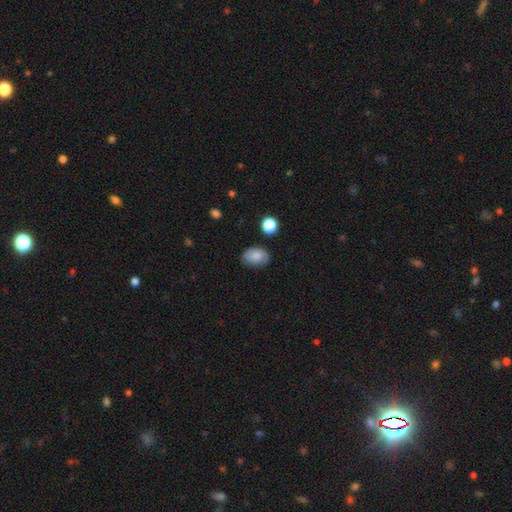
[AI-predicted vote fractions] Smooth or featured?
  - smooth: 79% *
  - featured or disk: 12%
  - star or artifact: 9%
How rounded?
  - in between: 83% *
  - round: 16%
  - cigar-shaped: 1%
Merging?
  - none: 77% *
  - minor disturbance: 18%
  - major disturbance: 4%
  - merger: 2%